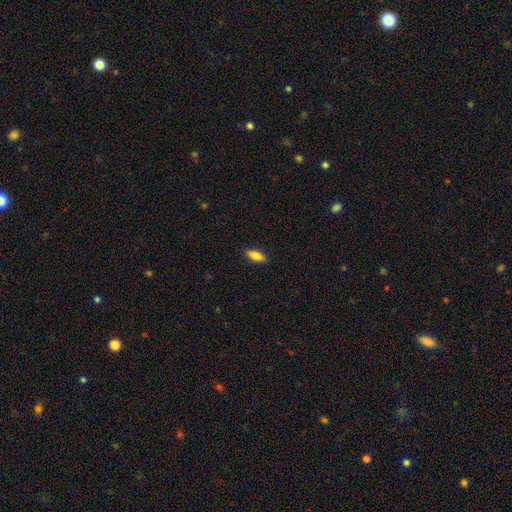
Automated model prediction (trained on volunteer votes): smooth-or-featured: smooth: 83% | featured or disk: 11% | star or artifact: 7%
  how-rounded: in between: 71% | cigar-shaped: 26% | round: 2%
  merging: none: 88% | minor disturbance: 9% | major disturbance: 2% | merger: 1%